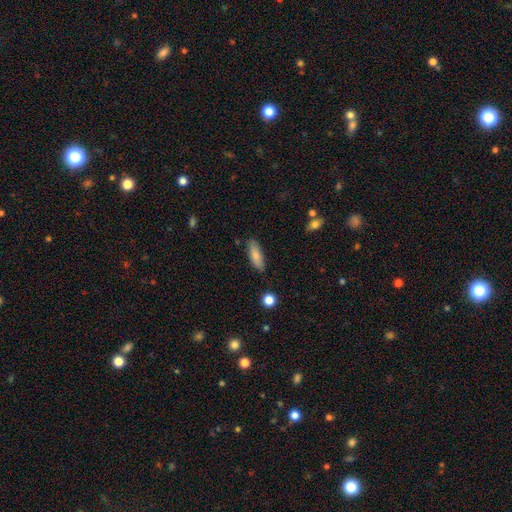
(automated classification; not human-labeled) smooth_or_featured: smooth (p=0.81) [alt: featured or disk p=0.13]
how_rounded: in between (p=0.57) [alt: cigar-shaped p=0.40]
merging: none (p=0.84) [alt: minor disturbance p=0.12]